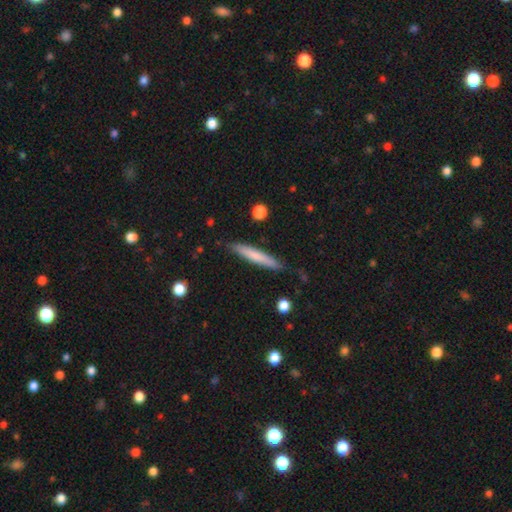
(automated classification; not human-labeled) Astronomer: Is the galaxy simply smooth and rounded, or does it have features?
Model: smooth — 70%.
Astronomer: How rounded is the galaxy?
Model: cigar-shaped — 94%.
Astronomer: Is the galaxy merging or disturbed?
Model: none — 85%.